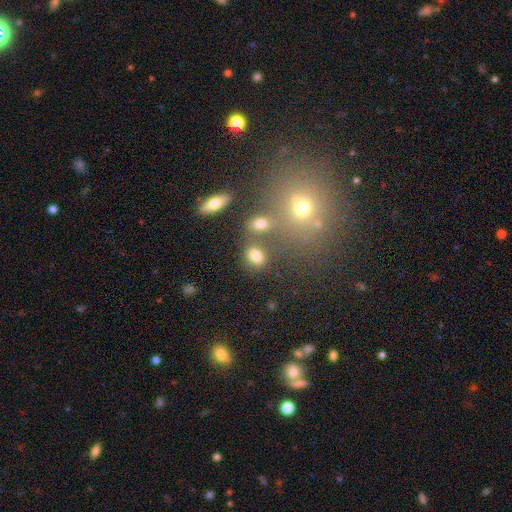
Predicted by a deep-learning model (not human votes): smooth-or-featured: smooth: 75% | star or artifact: 14% | featured or disk: 11%
  how-rounded: in between: 59% | round: 38% | cigar-shaped: 2%
  merging: none: 66% | merger: 16% | minor disturbance: 13% | major disturbance: 6%